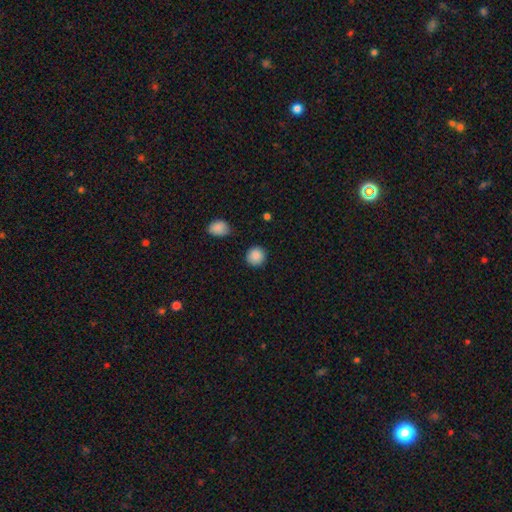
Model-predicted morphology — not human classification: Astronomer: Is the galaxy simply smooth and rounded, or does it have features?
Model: smooth — 89%.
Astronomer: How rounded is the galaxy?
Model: round — 91%.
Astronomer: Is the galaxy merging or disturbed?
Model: none — 87%.